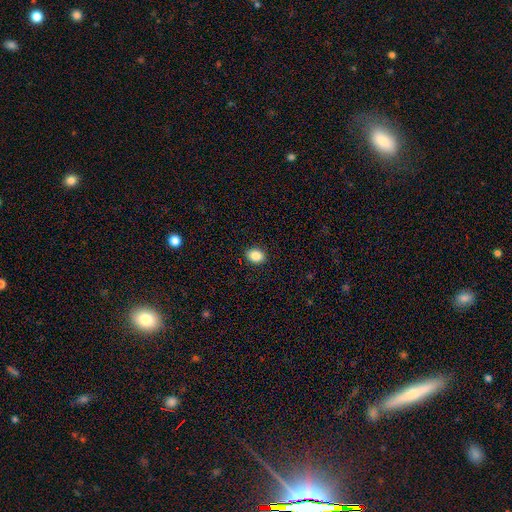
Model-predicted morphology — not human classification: Smooth or featured: smooth — 87% (star or artifact — 9%)
How rounded: in between — 64% (round — 35%)
Merging: none — 90% (minor disturbance — 7%)